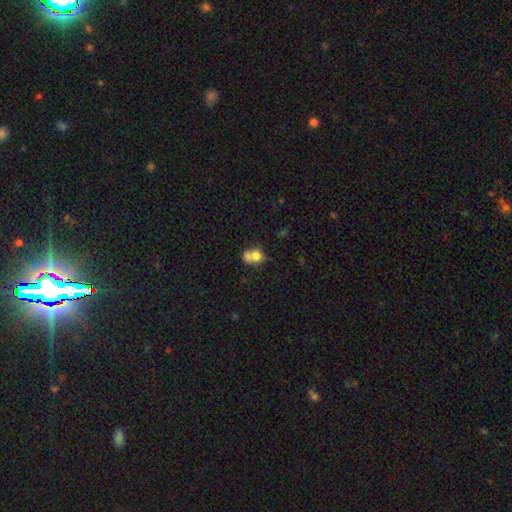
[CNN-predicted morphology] Smooth or featured? Predicted: smooth (p=0.71). How rounded? Predicted: round (p=0.53). Merging? Predicted: merger (p=0.51).